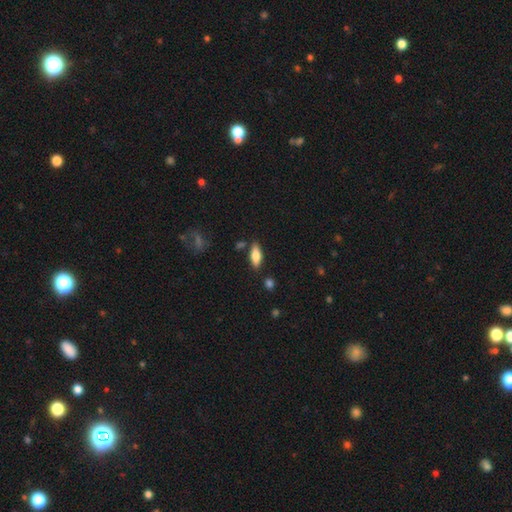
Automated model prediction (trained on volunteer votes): This appears to be a smooth galaxy with no disk features (72%) that is in between round and cigar-shaped (69%). Merging: none (80%).